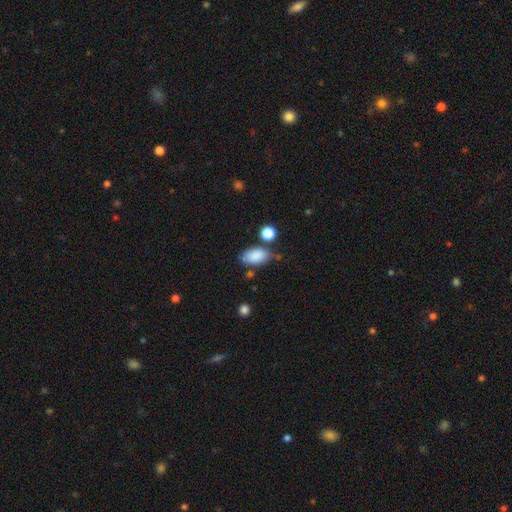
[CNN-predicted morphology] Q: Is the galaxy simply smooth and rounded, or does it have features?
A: smooth — 87%.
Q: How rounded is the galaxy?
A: in between — 92%.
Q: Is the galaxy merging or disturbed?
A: none — 68%.